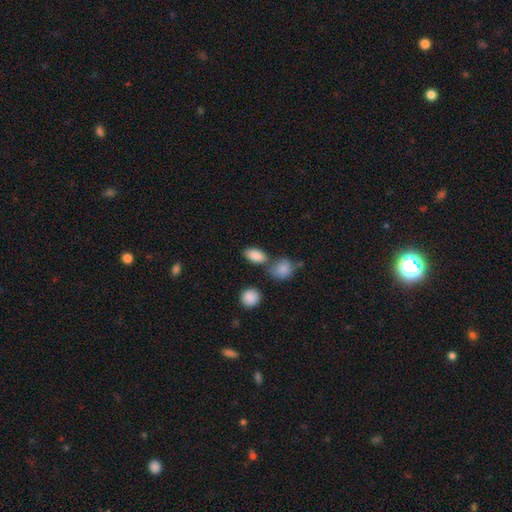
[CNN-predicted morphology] Smooth or featured? smooth (86%)
How rounded? in between (89%)
Merging? none (63%)